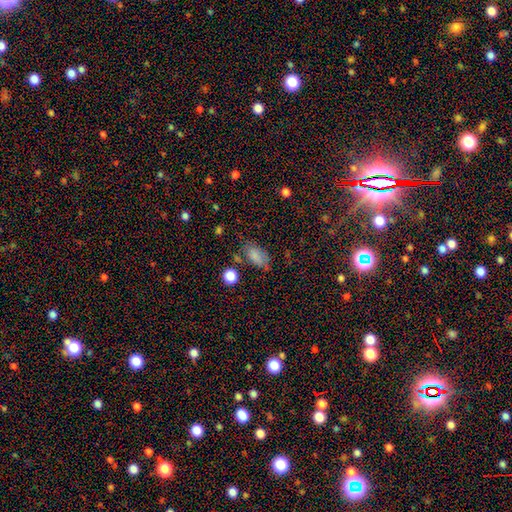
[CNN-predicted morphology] smooth-or-featured: smooth: 79% | star or artifact: 12% | featured or disk: 9%
  how-rounded: in between: 89% | round: 7% | cigar-shaped: 4%
  merging: none: 61% | minor disturbance: 24% | major disturbance: 8% | merger: 7%